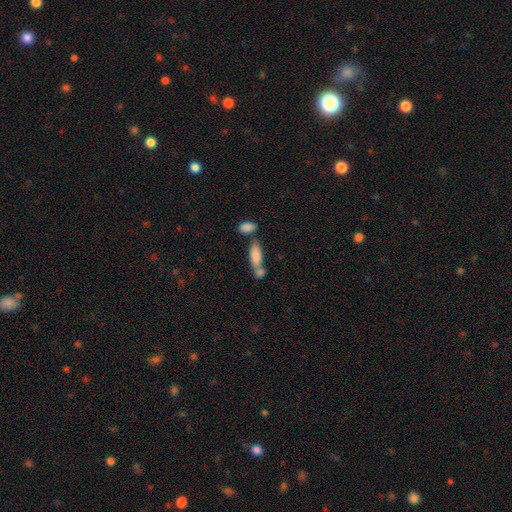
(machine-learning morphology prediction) smooth_or_featured: smooth (p=0.81) [alt: featured or disk p=0.12]
how_rounded: in between (p=0.59) [alt: cigar-shaped p=0.38]
merging: merger (p=0.43) [alt: none p=0.41]